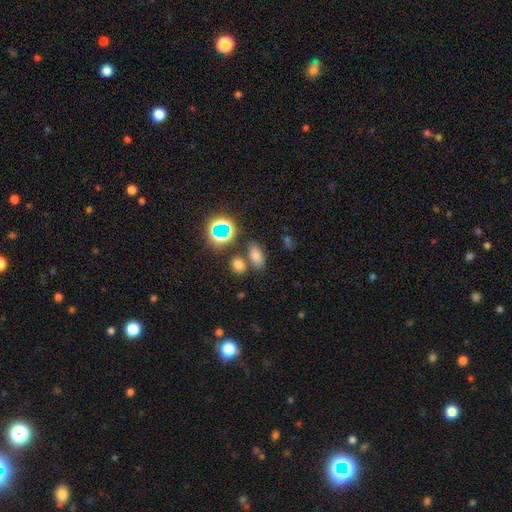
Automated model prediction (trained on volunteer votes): The model was most divided on "smooth or featured": smooth: 72%, star or artifact: 20%, featured or disk: 9%. More confident: how rounded — in between (84%); merging — none (71%).